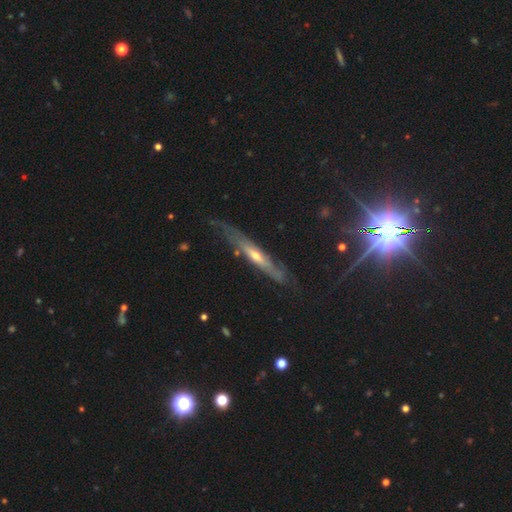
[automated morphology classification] Smooth or featured?
  - featured or disk: 73% *
  - smooth: 21%
  - star or artifact: 6%
Edge-on disk?
  - yes: 74% *
  - no: 26%
Edge-on bulge?
  - rounded: 67% *
  - none: 28%
  - boxy: 5%
Merging?
  - none: 68% *
  - minor disturbance: 22%
  - major disturbance: 8%
  - merger: 2%